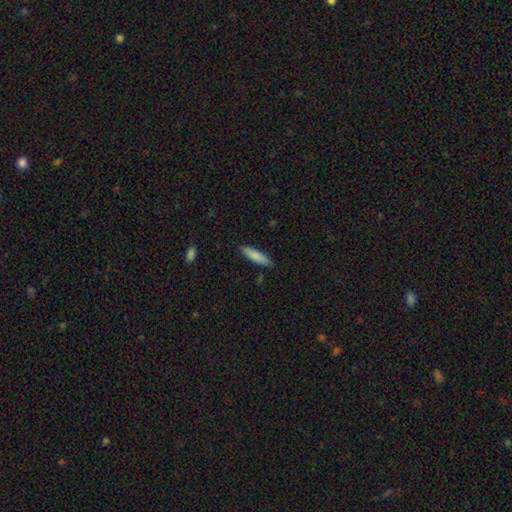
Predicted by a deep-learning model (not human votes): A smooth galaxy with no disk features (82%) that is cigar-shaped (74%). Merging: none (86%).